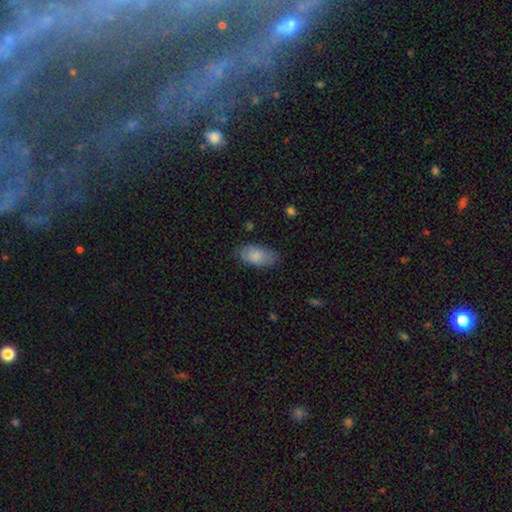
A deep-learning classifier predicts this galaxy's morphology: smooth-or-featured: smooth: 84% | featured or disk: 9% | star or artifact: 6%
  how-rounded: in between: 93% | cigar-shaped: 4% | round: 3%
  merging: none: 78% | minor disturbance: 17% | major disturbance: 4% | merger: 1%